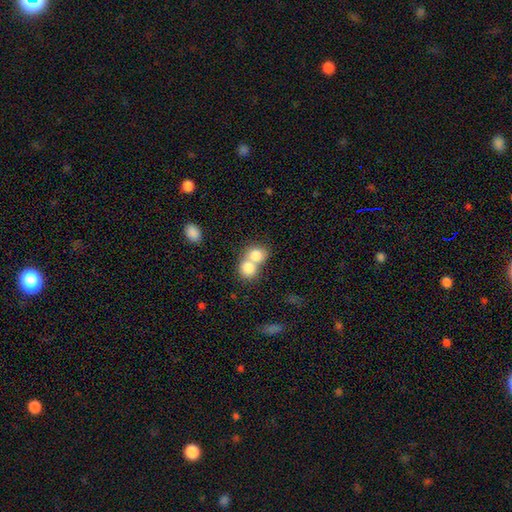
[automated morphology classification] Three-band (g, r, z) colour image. It shows a smooth galaxy with no disk features (79%) that is round (64%). Merging: merger (71%).